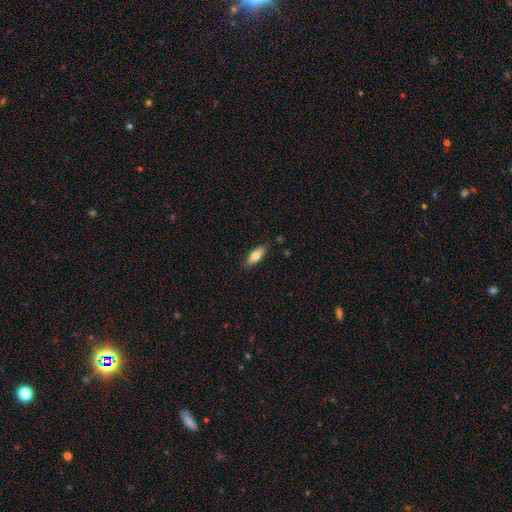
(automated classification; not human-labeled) Overall: smooth (69%). How rounded: in between (69%). Merging: none (86%).